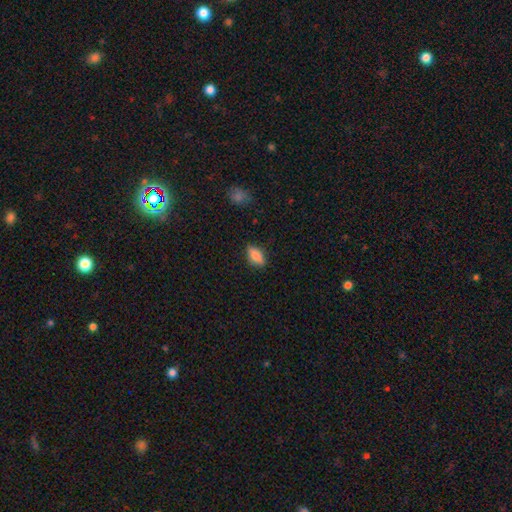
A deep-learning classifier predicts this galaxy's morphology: This is likely a smooth galaxy (80%). How rounded: clearly in between (82%). Merging: clearly none (82%).